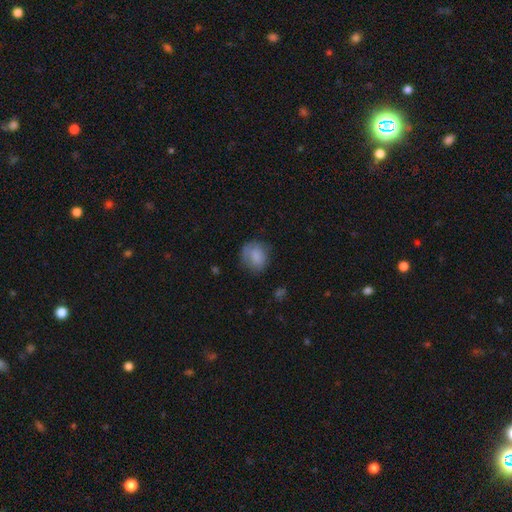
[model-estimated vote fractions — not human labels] A smooth galaxy with no disk features (79%) that is round (67%).

Vote fractions:
- Smooth or featured? smooth: 79% / featured or disk: 13% / star or artifact: 8%
- How rounded? round: 67% / in between: 32% / cigar-shaped: 1%
- Merging? none: 67% / minor disturbance: 23% / major disturbance: 8% / merger: 2%